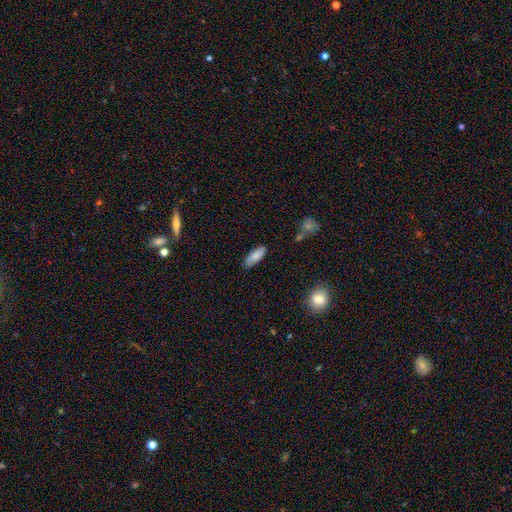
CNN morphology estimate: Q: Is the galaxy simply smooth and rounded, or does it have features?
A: smooth — 81%.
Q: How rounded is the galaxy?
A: in between — 68%.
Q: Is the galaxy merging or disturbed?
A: none — 75%.